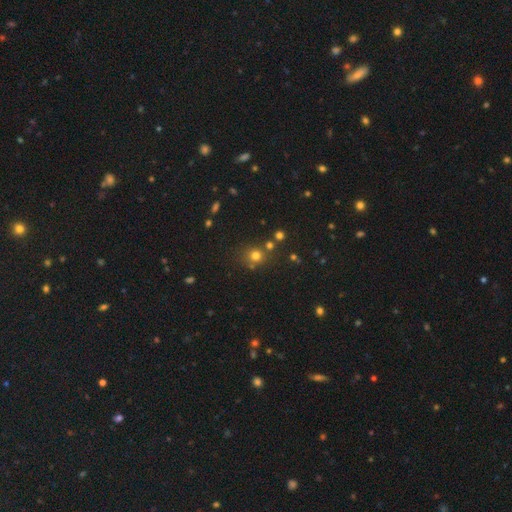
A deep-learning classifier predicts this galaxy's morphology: This appears to be a smooth galaxy with no disk features (70%) that is round (86%). Merging: none (71%).